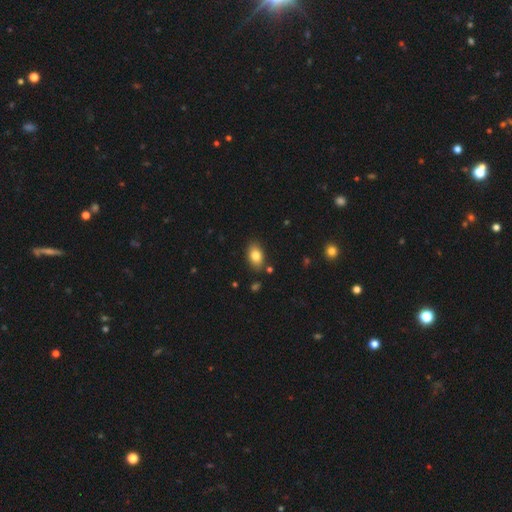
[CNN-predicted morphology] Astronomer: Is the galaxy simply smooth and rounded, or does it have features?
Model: smooth — 82%.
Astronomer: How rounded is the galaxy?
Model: in between — 88%.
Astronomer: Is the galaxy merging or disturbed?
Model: none — 85%.